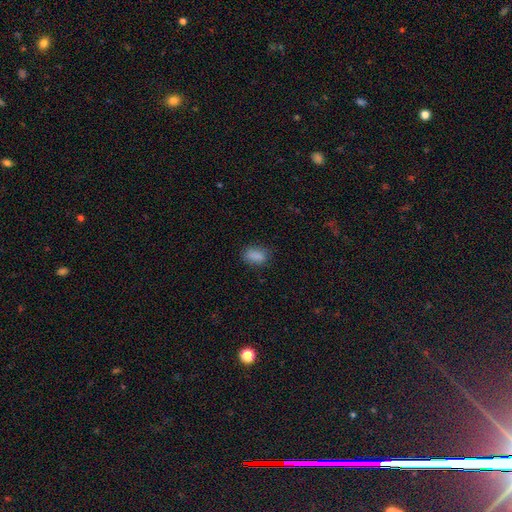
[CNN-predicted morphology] Q: Smooth or featured?
A: smooth (86%); runner-up: star or artifact (10%)
Q: How rounded?
A: in between (86%); runner-up: round (11%)
Q: Merging?
A: none (78%); runner-up: minor disturbance (16%)